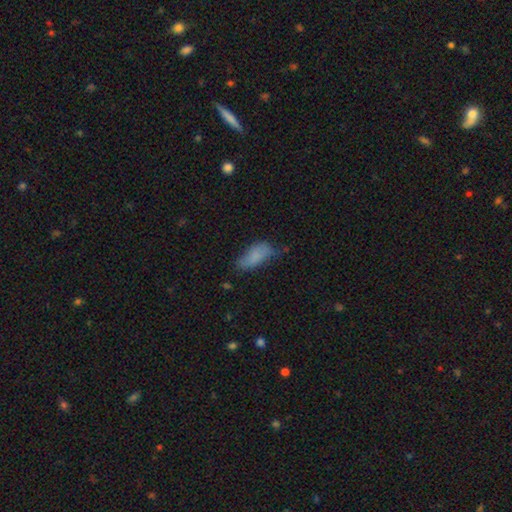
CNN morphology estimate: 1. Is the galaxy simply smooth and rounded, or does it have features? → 76% smooth, 14% featured or disk, 9% star or artifact.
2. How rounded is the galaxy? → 83% in between, 15% cigar-shaped, 3% round.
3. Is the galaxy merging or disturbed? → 47% none, 35% minor disturbance, 15% major disturbance, 3% merger.